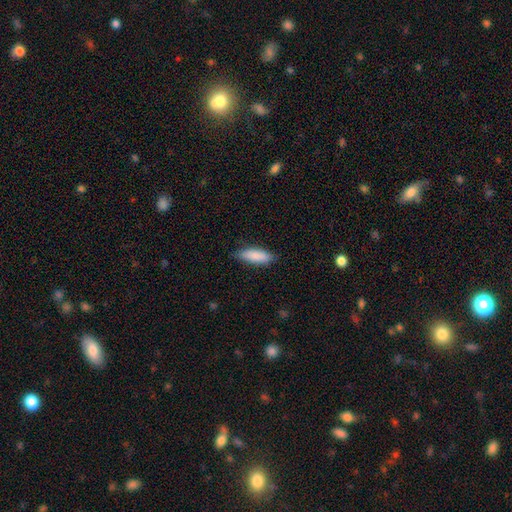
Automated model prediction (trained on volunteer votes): smooth_or_featured: smooth (p=0.88) [alt: featured or disk p=0.06]
how_rounded: in between (p=0.56) [alt: cigar-shaped p=0.42]
merging: none (p=0.83) [alt: minor disturbance p=0.14]